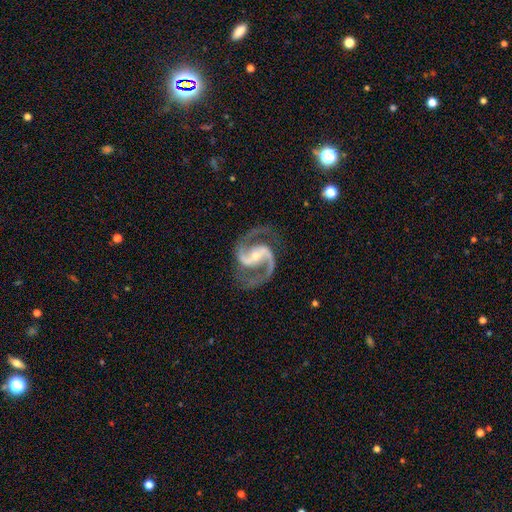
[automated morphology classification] The model was most divided on "bar": strong: 38%, weak: 35%, no: 26%. More confident: spiral arms — yes (99%); edge-on disk — no (98%); spiral arm count — 2 (95%); smooth or featured — featured or disk (94%); merging — none (81%); spiral winding — medium (70%); bulge size — small (58%).